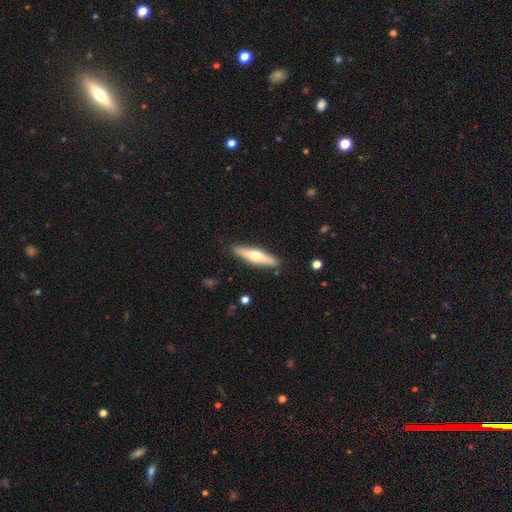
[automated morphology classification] A featured or disk galaxy (50%). Merging: none (89%).